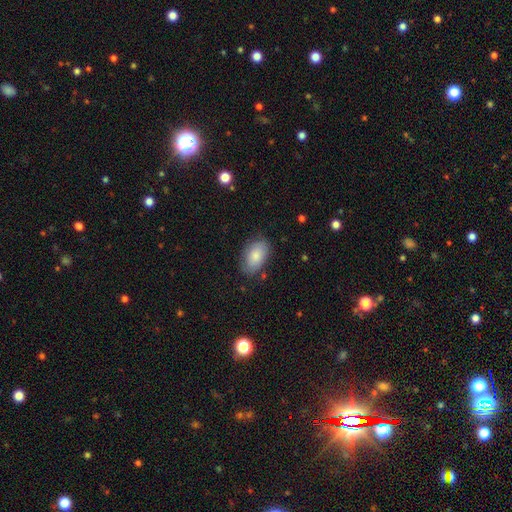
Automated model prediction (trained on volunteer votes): Smooth or featured?
  - smooth: 81% *
  - featured or disk: 13%
  - star or artifact: 6%
How rounded?
  - in between: 93% *
  - round: 6%
  - cigar-shaped: 1%
Merging?
  - none: 77% *
  - minor disturbance: 18%
  - major disturbance: 4%
  - merger: 2%